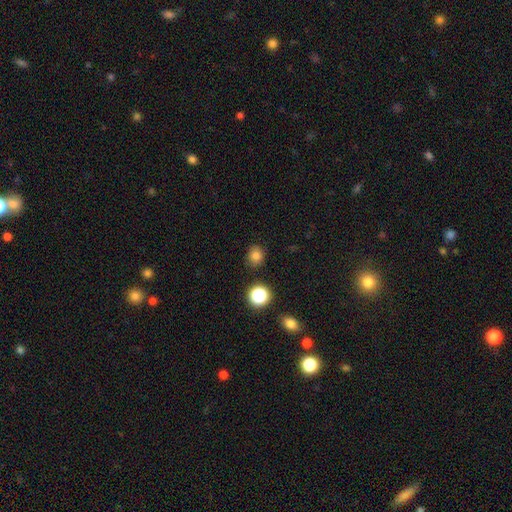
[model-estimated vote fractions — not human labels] A smooth galaxy with no disk features (79%) that is round (79%). Merging: none (85%).